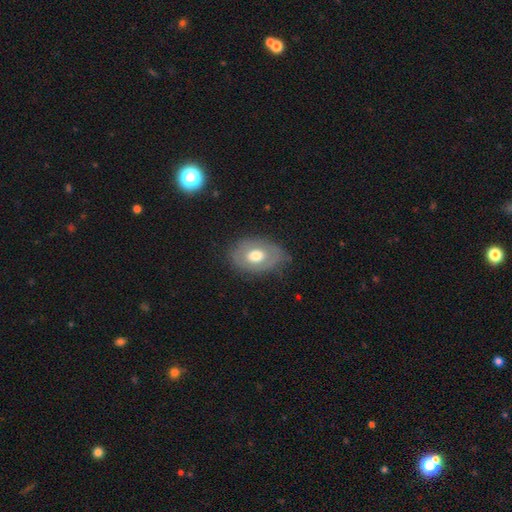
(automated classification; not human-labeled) Overall: smooth (54%; featured or disk 39%). How rounded: in between (78%). Merging: none (69%).